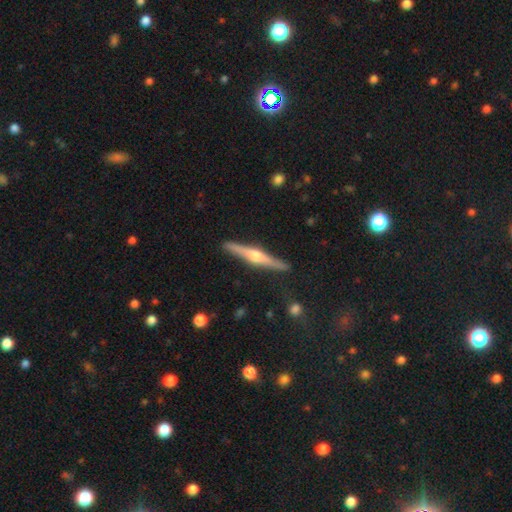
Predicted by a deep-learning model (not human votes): Smooth or featured? Predicted: featured or disk (p=0.74). Edge-on disk? Predicted: yes (p=0.98). Edge-on bulge? Predicted: rounded (p=0.91). Merging? Predicted: none (p=0.89).